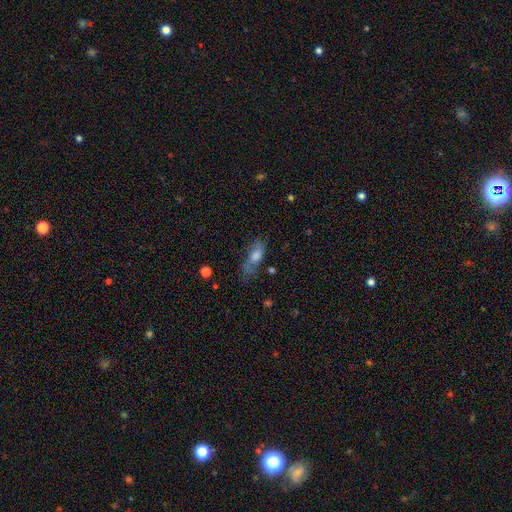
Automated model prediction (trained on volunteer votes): smooth-or-featured: smooth: 49% | featured or disk: 38% | star or artifact: 13%
  merging: none: 52% | minor disturbance: 25% | major disturbance: 18% | merger: 4%